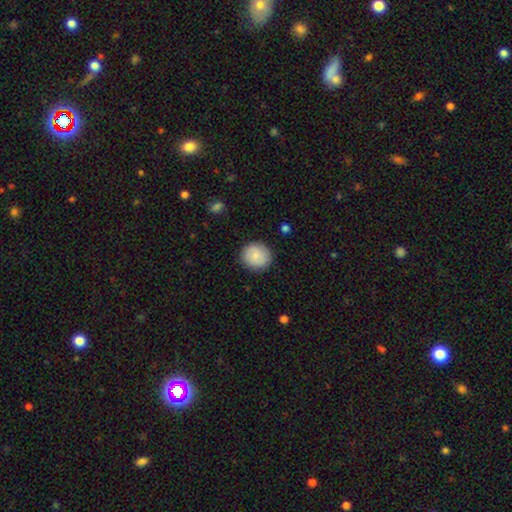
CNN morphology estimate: This appears to be a smooth galaxy with no disk features (81%) that is round (88%). Merging: none (88%).